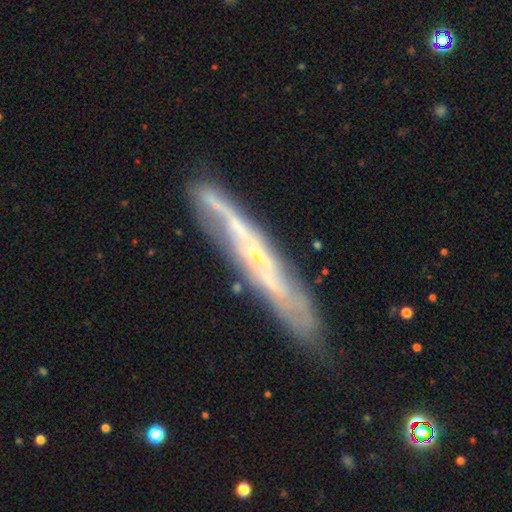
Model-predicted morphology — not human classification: The model was most divided on "edge-on disk": yes: 65%, no: 35%. More confident: smooth or featured — featured or disk (77%); merging — none (75%).